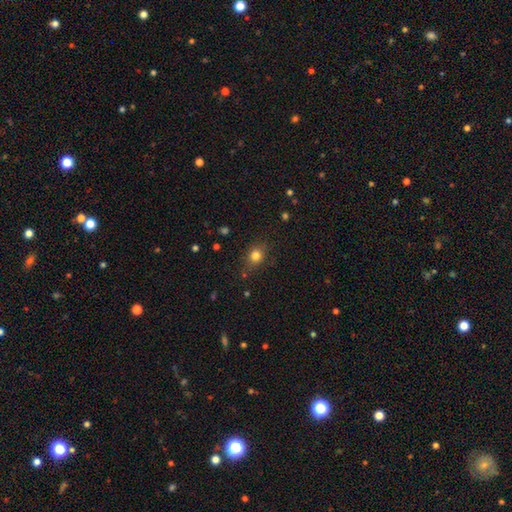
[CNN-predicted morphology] Smooth or featured? Predicted: smooth (p=0.79). How rounded? Predicted: round (p=0.70). Merging? Predicted: none (p=0.80).